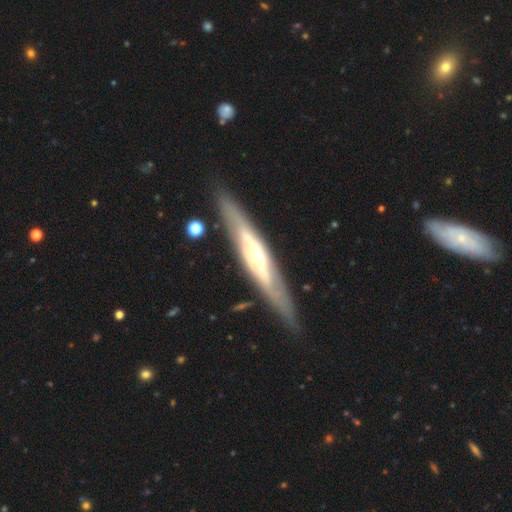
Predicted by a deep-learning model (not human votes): Smooth or featured?
  - featured or disk: 77% *
  - smooth: 18%
  - star or artifact: 5%
Edge-on disk?
  - yes: 64% *
  - no: 36%
Merging?
  - none: 83% *
  - minor disturbance: 11%
  - major disturbance: 4%
  - merger: 2%